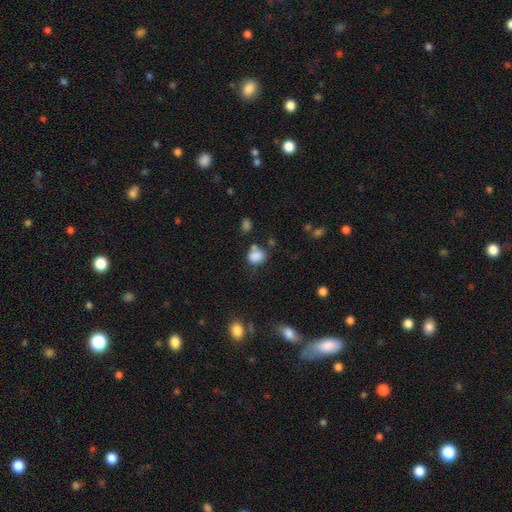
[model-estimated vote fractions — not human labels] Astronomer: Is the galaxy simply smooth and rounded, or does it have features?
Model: smooth — 83%.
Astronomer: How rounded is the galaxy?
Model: round — 59% (runner-up: in between, 40%).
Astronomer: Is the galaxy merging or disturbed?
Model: none — 53%.